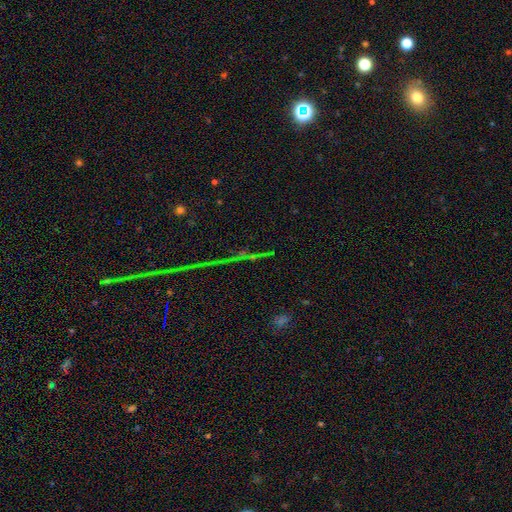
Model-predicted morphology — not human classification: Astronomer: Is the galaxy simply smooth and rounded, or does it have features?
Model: star or artifact — 78%.